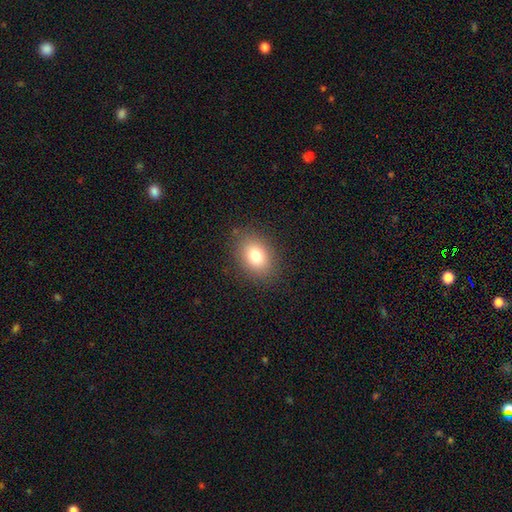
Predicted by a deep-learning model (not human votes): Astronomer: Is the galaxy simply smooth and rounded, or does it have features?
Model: smooth — 79%.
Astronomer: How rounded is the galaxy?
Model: in between — 72%.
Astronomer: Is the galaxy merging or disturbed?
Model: none — 85%.